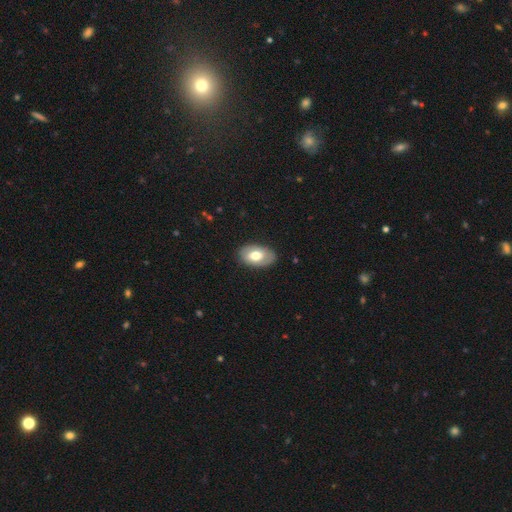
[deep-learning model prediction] Smooth or featured?
  - smooth: 64% *
  - featured or disk: 29%
  - star or artifact: 6%
How rounded?
  - in between: 92% *
  - round: 7%
  - cigar-shaped: 1%
Merging?
  - none: 85% *
  - minor disturbance: 12%
  - major disturbance: 3%
  - merger: 1%